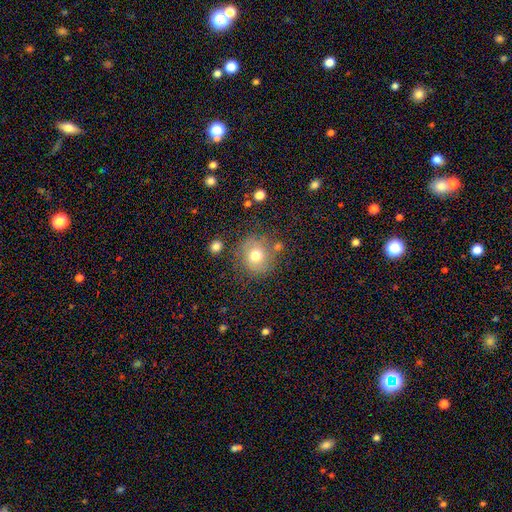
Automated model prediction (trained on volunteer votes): Smooth or featured: smooth — 70% (featured or disk — 18%)
How rounded: round — 85% (in between — 14%)
Merging: none — 75% (minor disturbance — 14%)